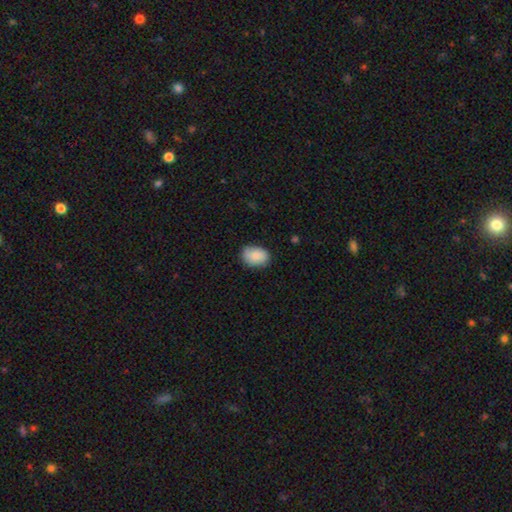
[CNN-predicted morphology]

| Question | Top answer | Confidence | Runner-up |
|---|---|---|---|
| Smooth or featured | smooth | 83% | featured or disk (10%) |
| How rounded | in between | 71% | round (28%) |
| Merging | none | 78% | minor disturbance (18%) |